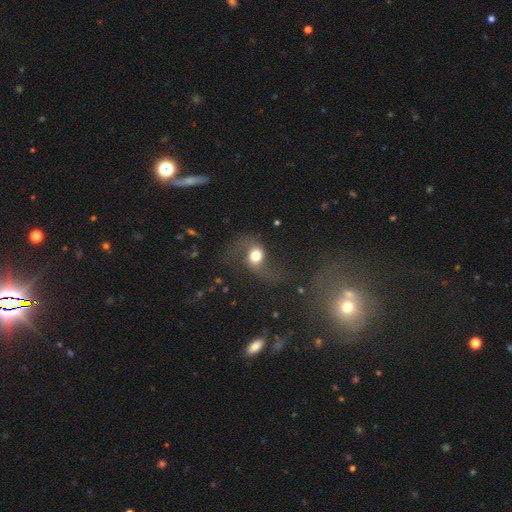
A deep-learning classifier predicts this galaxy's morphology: smooth_or_featured: featured or disk (p=0.57) [alt: smooth p=0.32]
disk_edge_on: no (p=0.96) [alt: yes p=0.04]
bar: no (p=0.66) [alt: weak p=0.25]
has_spiral_arms: yes (p=0.84) [alt: no p=0.16]
bulge_size: large (p=0.40) [alt: moderate p=0.38]
merging: none (p=0.47) [alt: major disturbance p=0.30]